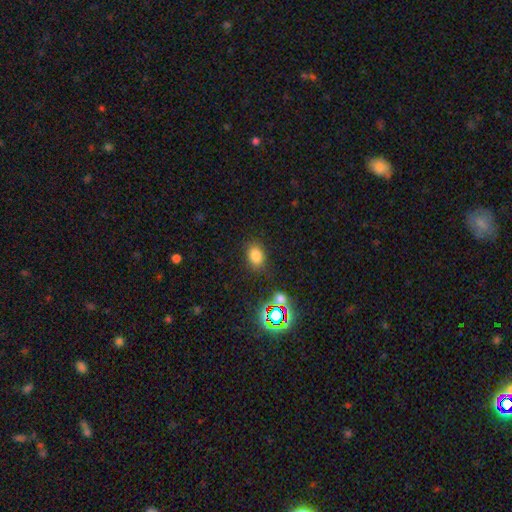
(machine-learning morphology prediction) Smooth or featured? Predicted: smooth (p=0.77). How rounded? Predicted: in between (p=0.69). Merging? Predicted: none (p=0.82).